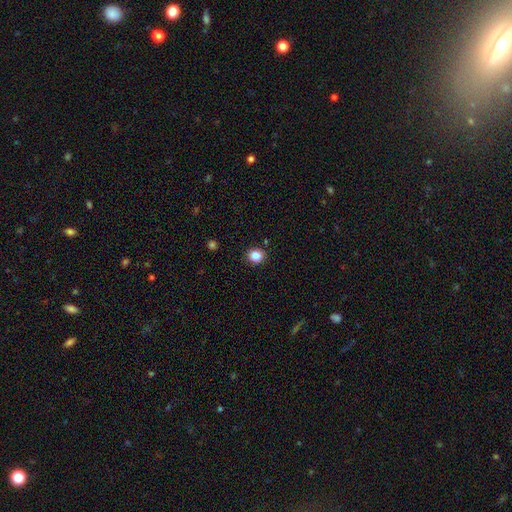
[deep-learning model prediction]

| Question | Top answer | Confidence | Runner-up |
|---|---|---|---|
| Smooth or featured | smooth | 83% | star or artifact (12%) |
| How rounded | round | 84% | in between (15%) |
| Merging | none | 91% | minor disturbance (6%) |